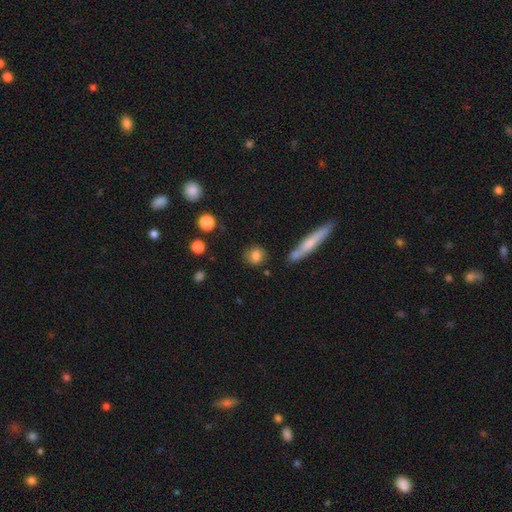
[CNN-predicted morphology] Smooth or featured: smooth — 80% (featured or disk — 11%)
How rounded: round — 67% (in between — 28%)
Merging: none — 75% (minor disturbance — 14%)